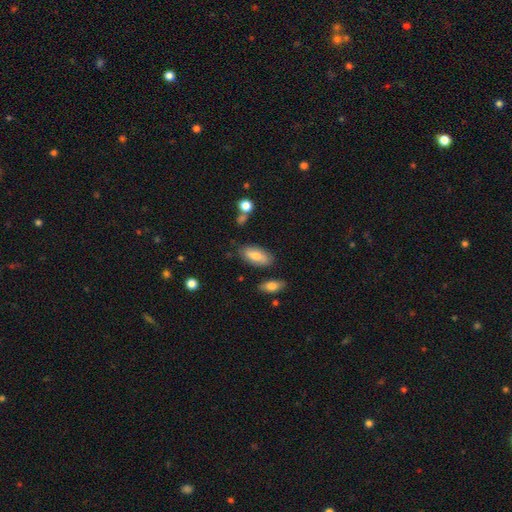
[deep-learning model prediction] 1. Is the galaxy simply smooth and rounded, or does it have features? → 74% smooth, 19% featured or disk, 7% star or artifact.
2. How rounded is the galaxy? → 89% in between, 8% cigar-shaped, 3% round.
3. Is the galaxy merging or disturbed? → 77% none, 15% minor disturbance, 4% merger, 3% major disturbance.